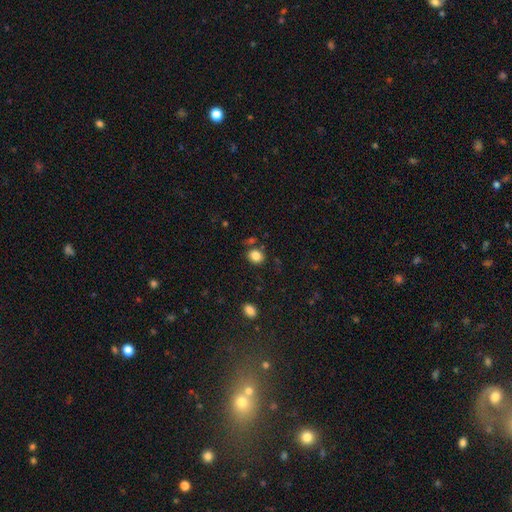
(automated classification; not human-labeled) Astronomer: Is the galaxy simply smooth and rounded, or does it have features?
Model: smooth — 84%.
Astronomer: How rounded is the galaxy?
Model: round — 58% (runner-up: in between, 41%).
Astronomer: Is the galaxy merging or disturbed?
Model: none — 77%.